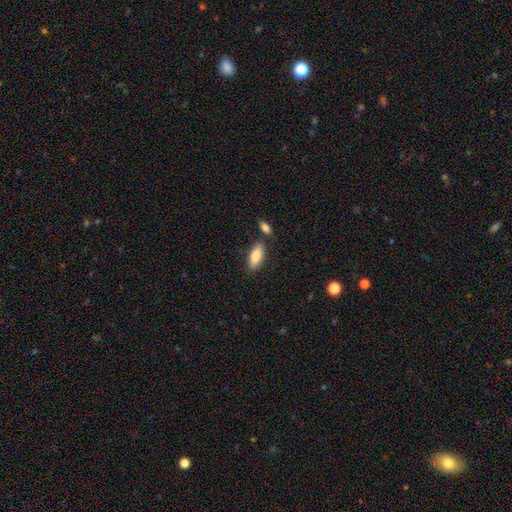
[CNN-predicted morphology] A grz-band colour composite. It shows a smooth galaxy with no disk features (85%) that is in between round and cigar-shaped (77%). Merging: none (76%).